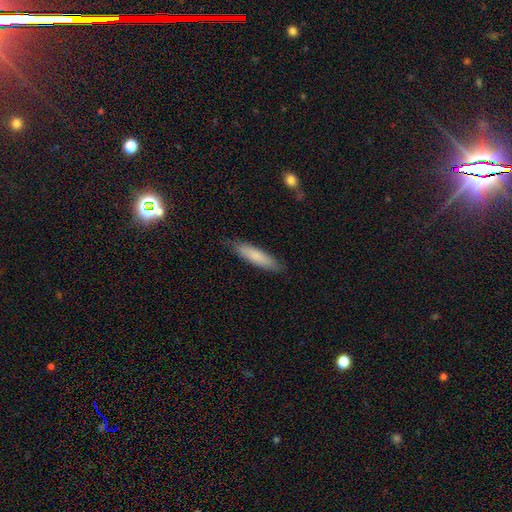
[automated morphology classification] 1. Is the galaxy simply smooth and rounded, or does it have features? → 79% smooth, 15% featured or disk, 6% star or artifact.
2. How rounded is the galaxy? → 79% cigar-shaped, 19% in between, 1% round.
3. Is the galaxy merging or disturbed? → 83% none, 14% minor disturbance, 2% major disturbance, 1% merger.